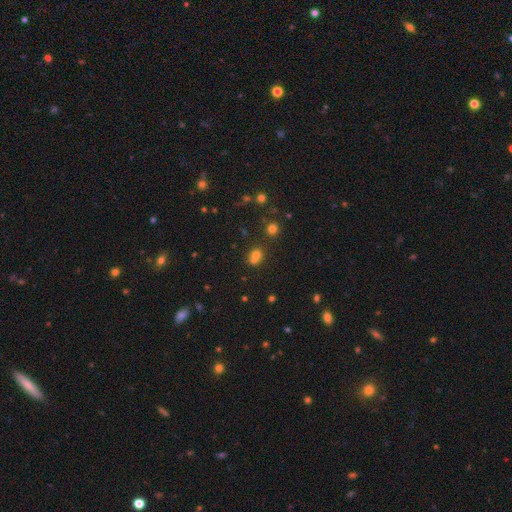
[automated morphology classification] Smooth or featured?
  - smooth: 64% *
  - star or artifact: 24%
  - featured or disk: 13%
How rounded?
  - round: 70% *
  - in between: 28%
  - cigar-shaped: 1%
Merging?
  - merger: 49% *
  - none: 40%
  - minor disturbance: 8%
  - major disturbance: 3%